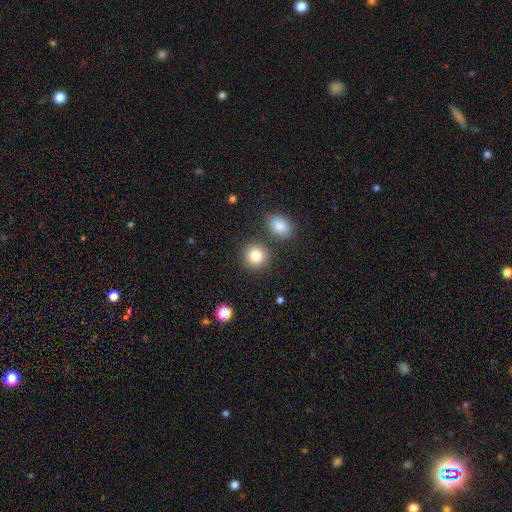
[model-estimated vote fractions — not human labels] Smooth or featured? smooth (83%)
How rounded? round (89%)
Merging? none (82%)